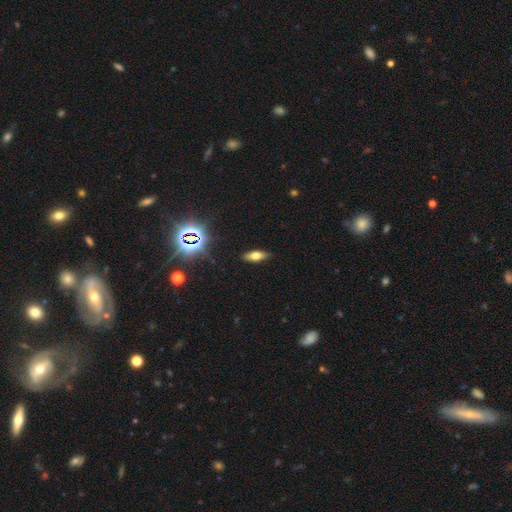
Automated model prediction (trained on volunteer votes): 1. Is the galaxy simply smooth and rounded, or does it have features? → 56% smooth, 27% featured or disk, 17% star or artifact.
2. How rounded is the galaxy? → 67% in between, 29% cigar-shaped, 4% round.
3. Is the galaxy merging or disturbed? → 89% none, 8% minor disturbance, 2% major disturbance, 1% merger.